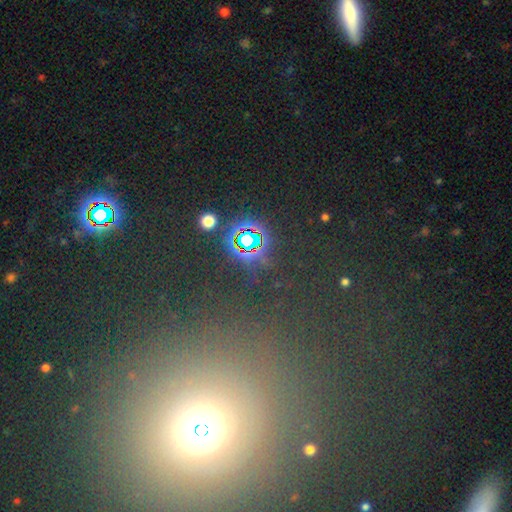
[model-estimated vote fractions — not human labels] Smooth or featured: star or artifact — 55% (smooth — 32%)